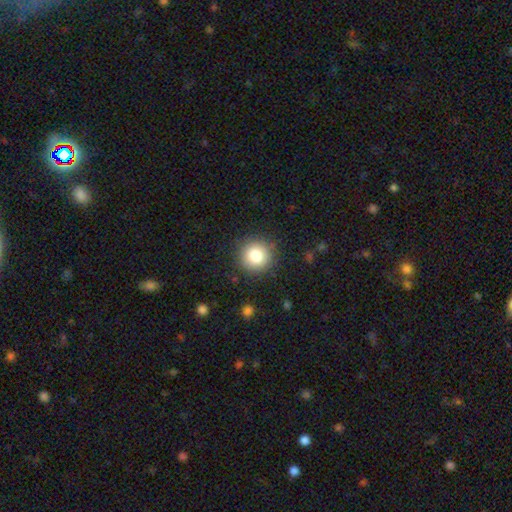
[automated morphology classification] Smooth or featured: smooth — 81% (star or artifact — 10%)
How rounded: round — 94% (in between — 5%)
Merging: none — 89% (minor disturbance — 7%)